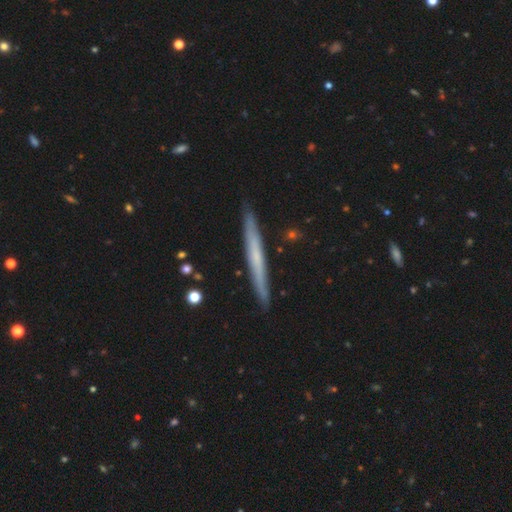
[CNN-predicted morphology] A featured or disk galaxy (51%) viewed edge-on (96%). Merging: none (90%).